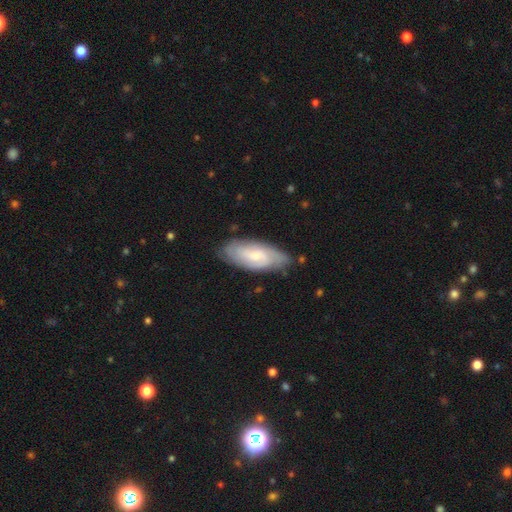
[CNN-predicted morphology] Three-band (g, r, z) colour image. It shows a featured or disk galaxy (58%) with no bar (53%), spiral arms (88%) and a small central bulge (50%). Merging: none (75%).